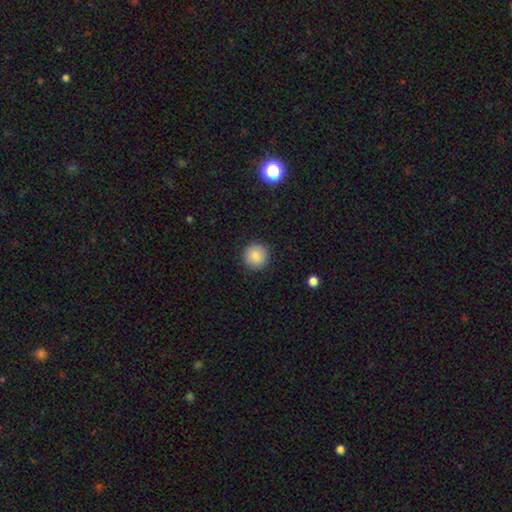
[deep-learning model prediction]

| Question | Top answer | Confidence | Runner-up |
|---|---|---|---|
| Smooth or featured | smooth | 86% | star or artifact (9%) |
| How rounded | round | 95% | in between (4%) |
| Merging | none | 91% | minor disturbance (6%) |